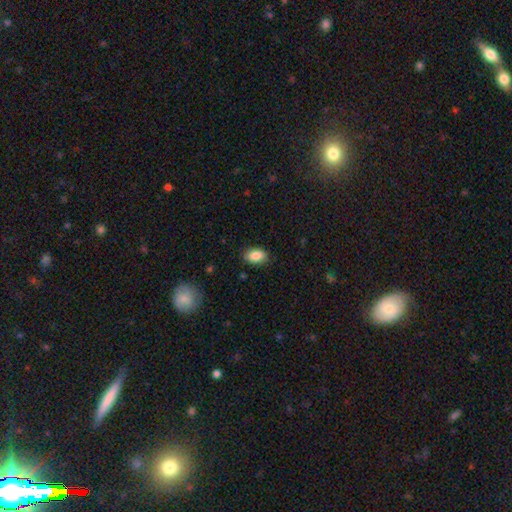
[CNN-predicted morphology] A smooth galaxy with no disk features (88%) that is in between round and cigar-shaped (90%).

Vote fractions:
- Smooth or featured? smooth: 88% / star or artifact: 7% / featured or disk: 5%
- How rounded? in between: 90% / round: 8% / cigar-shaped: 2%
- Merging? none: 87% / minor disturbance: 10% / major disturbance: 2% / merger: 1%